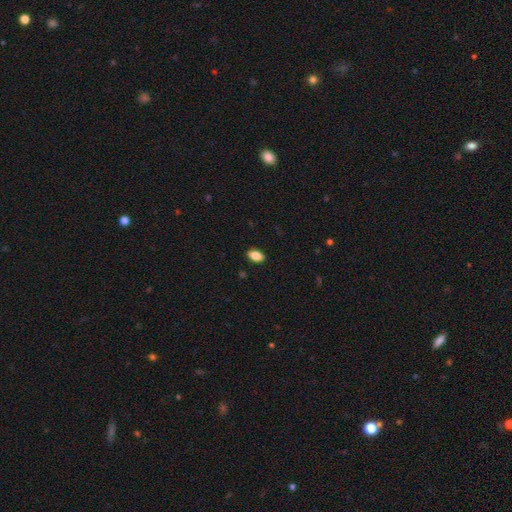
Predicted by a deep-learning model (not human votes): This appears to be a smooth galaxy with no disk features (85%) that is in between round and cigar-shaped (91%). Merging: none (89%).